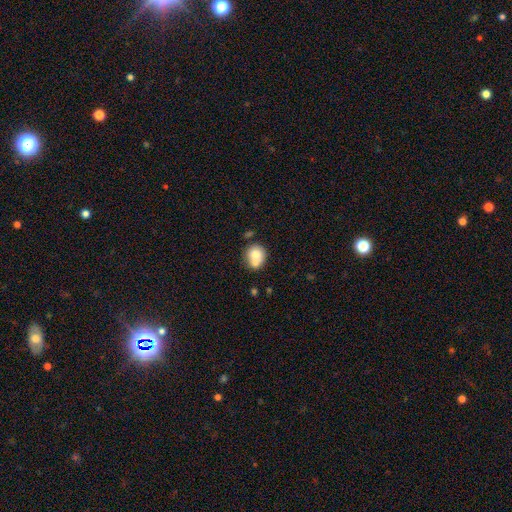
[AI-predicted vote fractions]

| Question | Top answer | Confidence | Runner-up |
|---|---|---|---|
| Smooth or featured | smooth | 71% | featured or disk (21%) |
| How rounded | round | 78% | in between (22%) |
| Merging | merger | 43% | none (41%) |